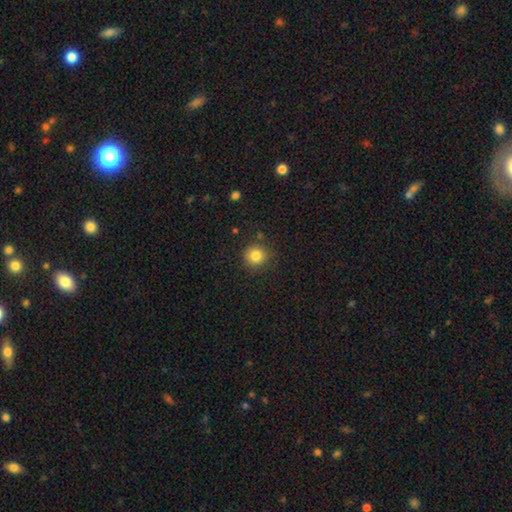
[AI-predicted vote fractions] This appears to be a smooth galaxy with no disk features (83%) that is round (92%). Merging: none (87%).